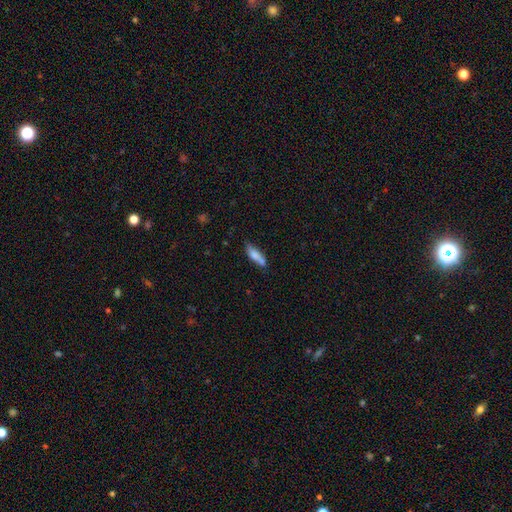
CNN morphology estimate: Q: Smooth or featured?
A: smooth (74%); runner-up: featured or disk (19%)
Q: How rounded?
A: cigar-shaped (53%); runner-up: in between (44%)
Q: Merging?
A: none (55%); runner-up: minor disturbance (22%)